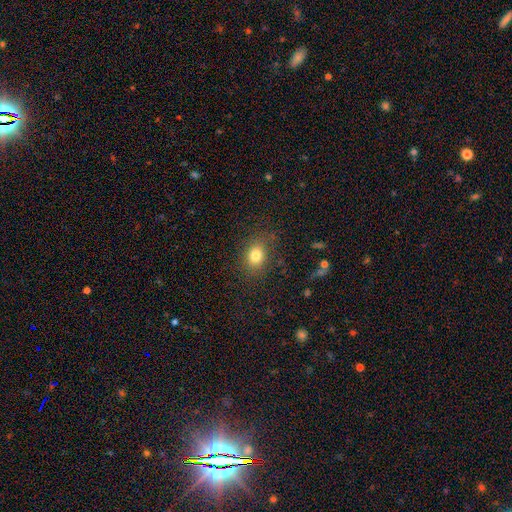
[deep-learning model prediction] Morphology: type=smooth (80%); roundness=in between (51%); merging=none (82%).